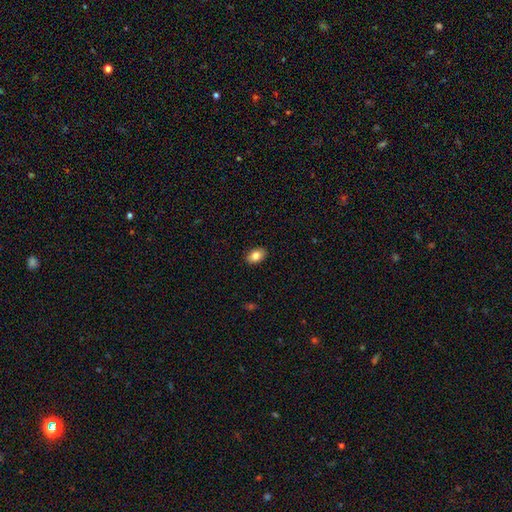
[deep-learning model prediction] This appears to be a smooth galaxy with no disk features (84%) that is in between round and cigar-shaped (87%). Merging: none (90%).